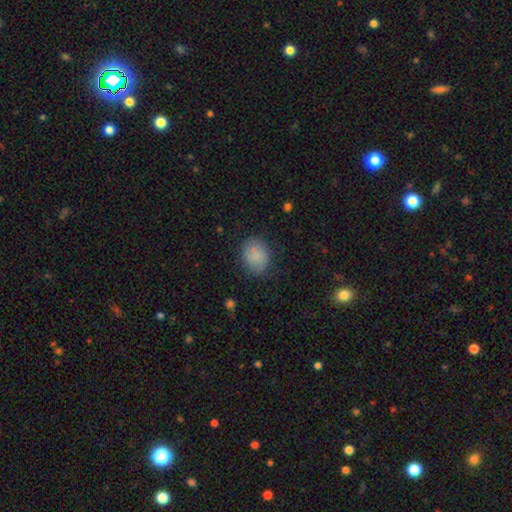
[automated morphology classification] smooth 84%, star or artifact 9%, featured or disk 7%. Down the decision tree: how rounded — in between (50%); merging — none (78%).